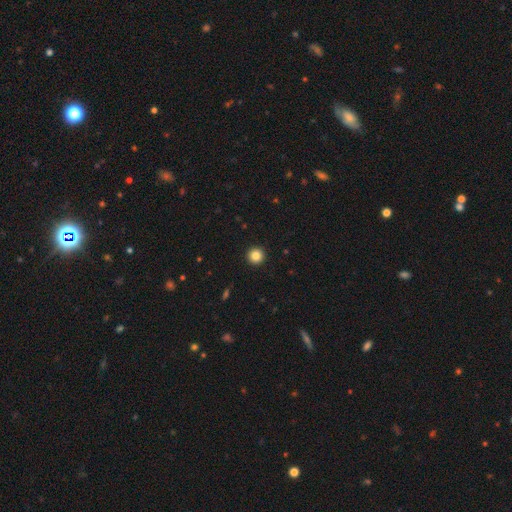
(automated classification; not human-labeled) Smooth or featured? Predicted: smooth (p=0.85). How rounded? Predicted: round (p=0.96). Merging? Predicted: none (p=0.94).